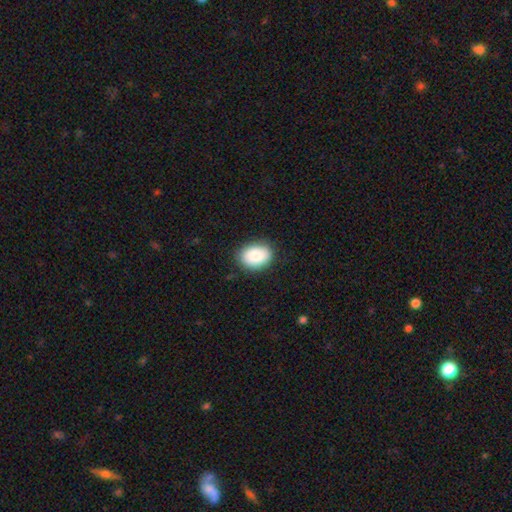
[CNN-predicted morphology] A smooth galaxy with no disk features (85%) that is in between round and cigar-shaped (72%).

Vote fractions:
- Smooth or featured? smooth: 85% / featured or disk: 8% / star or artifact: 7%
- How rounded? in between: 72% / round: 27% / cigar-shaped: 1%
- Merging? none: 86% / minor disturbance: 11% / major disturbance: 2% / merger: 1%